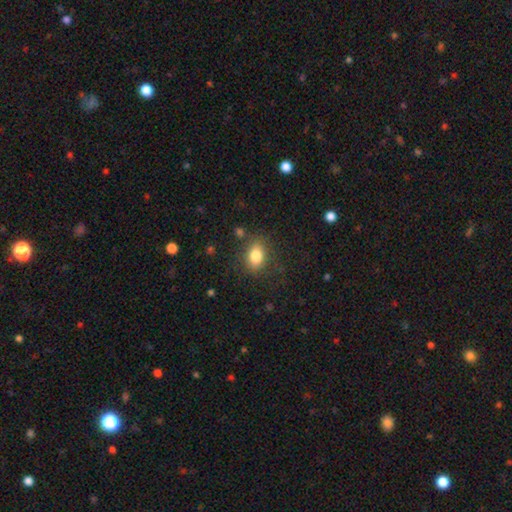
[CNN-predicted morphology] This is clearly a smooth galaxy (82%). How rounded: likely in between (77%). Merging: likely none (79%).